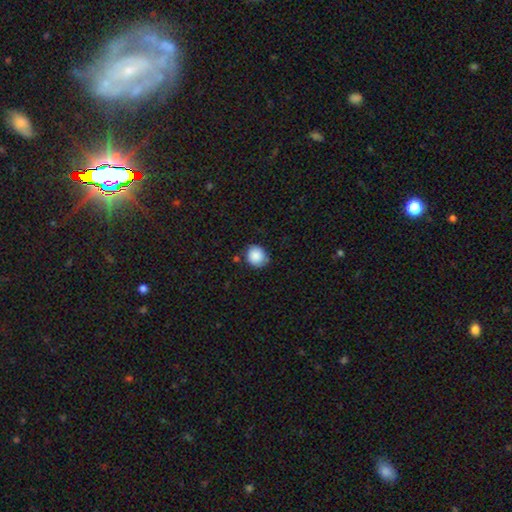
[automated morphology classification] smooth-or-featured: smooth: 87% | star or artifact: 8% | featured or disk: 5%
  how-rounded: round: 84% | in between: 15% | cigar-shaped: 1%
  merging: none: 74% | minor disturbance: 19% | major disturbance: 4% | merger: 3%